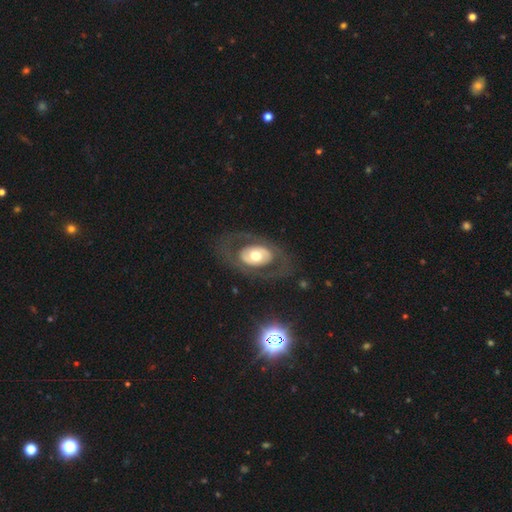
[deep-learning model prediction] Overall: featured or disk (61%; smooth 34%). Edge-on disk: no (92%). Bar: no (79%). Spiral arms: no (73%). Bulge size: moderate (64%; large 24%). Merging: none (75%).